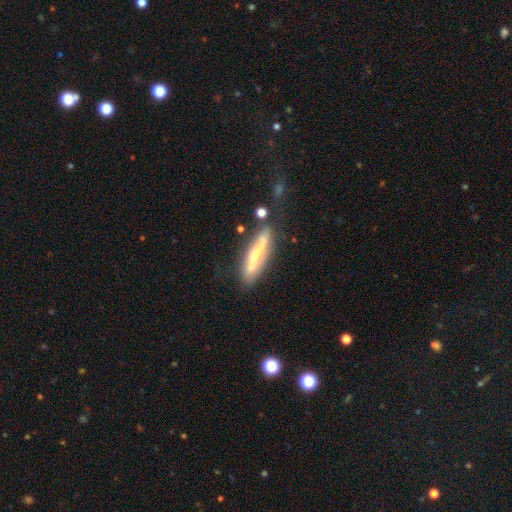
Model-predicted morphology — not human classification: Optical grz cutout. It shows a featured or disk galaxy (55%) viewed edge-on (61%). Merging: none (62%).